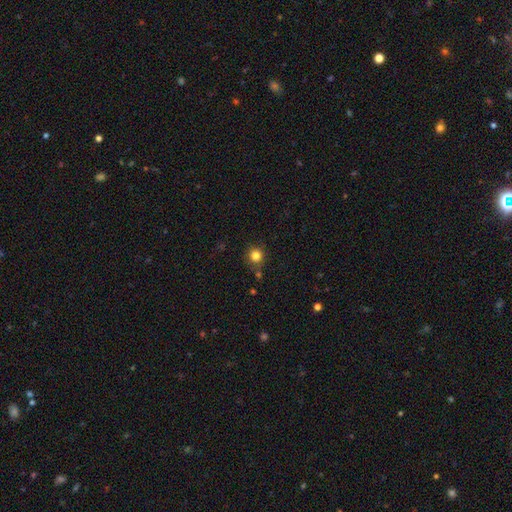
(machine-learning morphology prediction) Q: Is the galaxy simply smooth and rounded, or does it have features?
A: smooth — 82%.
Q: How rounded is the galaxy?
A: round — 92%.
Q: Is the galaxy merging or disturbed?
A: none — 80%.